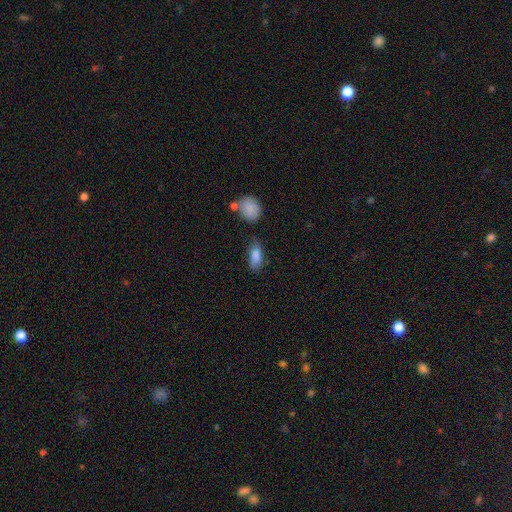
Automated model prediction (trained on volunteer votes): This is clearly a smooth galaxy (84%). How rounded: clearly in between (83%). Merging: likely none (63%).